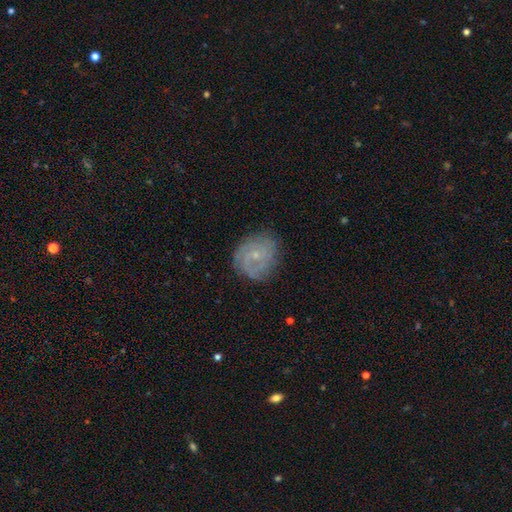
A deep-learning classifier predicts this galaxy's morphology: smooth-or-featured: featured or disk: 67% | smooth: 24% | star or artifact: 9%
  disk-edge-on: no: 97% | yes: 3%
    bar: no: 72% | weak: 24% | strong: 4%
    has-spiral-arms: yes: 87% | no: 13%
      spiral-winding: tight: 62% | medium: 29% | loose: 10%
      spiral-arm-count: can't tell: 41% | 2: 24% | 3: 16% | 4: 7% | 1: 6% | more than 4: 5%
    bulge-size: small: 77% | moderate: 19% | none: 3% | large: 1% | dominant: 1%
  merging: none: 75% | minor disturbance: 18% | major disturbance: 6% | merger: 1%